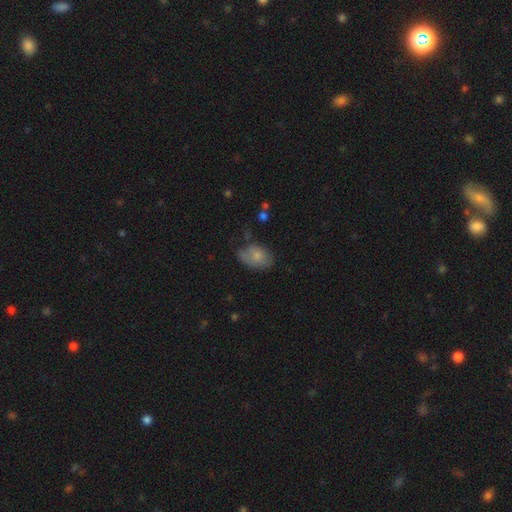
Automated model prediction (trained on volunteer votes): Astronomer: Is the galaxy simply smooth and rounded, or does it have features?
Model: smooth — 76%.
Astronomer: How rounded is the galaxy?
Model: in between — 82%.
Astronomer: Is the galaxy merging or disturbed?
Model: none — 55% (runner-up: minor disturbance, 33%).